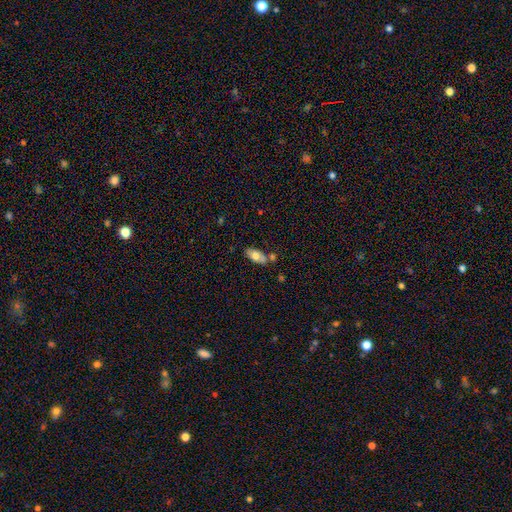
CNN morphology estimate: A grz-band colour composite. It shows a smooth galaxy with no disk features (65%) that is in between round and cigar-shaped (90%). Merging: none (61%).